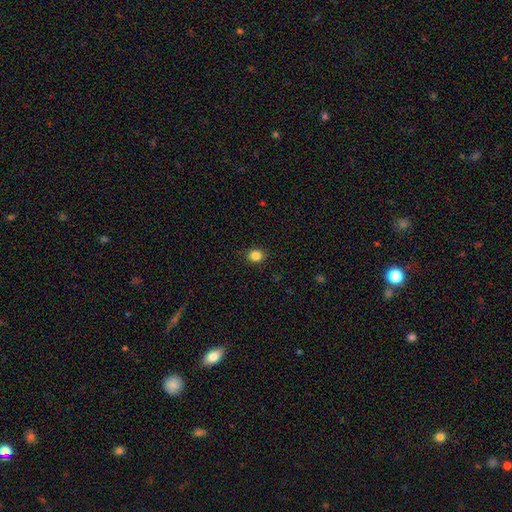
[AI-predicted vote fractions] A smooth galaxy with no disk features (85%) that is round (69%).

Vote fractions:
- Smooth or featured? smooth: 85% / star or artifact: 11% / featured or disk: 4%
- How rounded? round: 69% / in between: 30% / cigar-shaped: 1%
- Merging? none: 89% / minor disturbance: 8% / major disturbance: 2% / merger: 1%